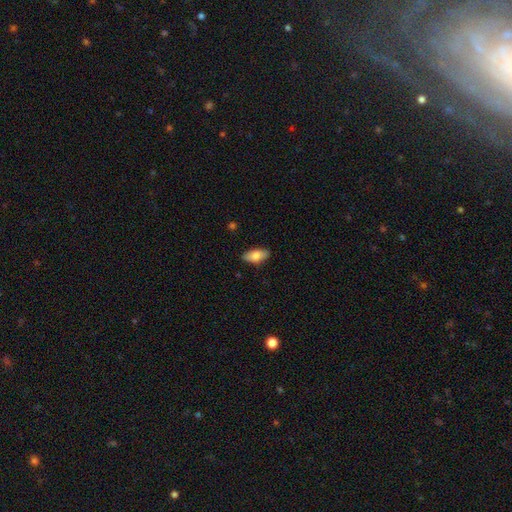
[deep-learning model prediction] Smooth or featured? Predicted: smooth (p=0.79). How rounded? Predicted: in between (p=0.88). Merging? Predicted: none (p=0.86).